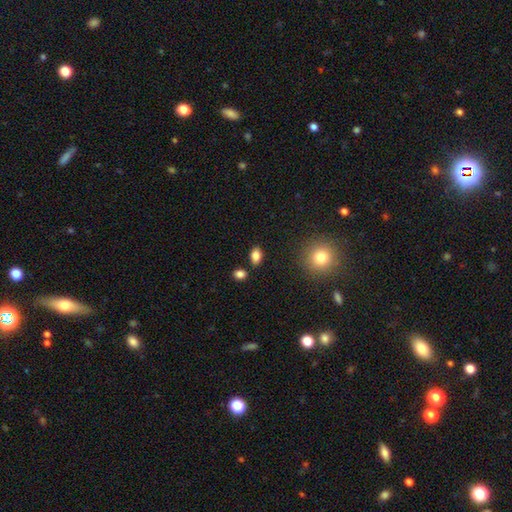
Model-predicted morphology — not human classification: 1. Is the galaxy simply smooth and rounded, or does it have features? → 82% smooth, 10% star or artifact, 8% featured or disk.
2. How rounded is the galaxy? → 84% in between, 14% round, 2% cigar-shaped.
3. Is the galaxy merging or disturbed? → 81% none, 10% minor disturbance, 6% merger, 3% major disturbance.